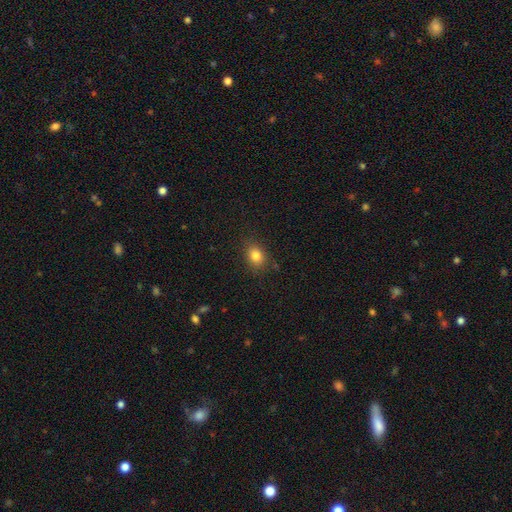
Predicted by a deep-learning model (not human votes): smooth 82%, star or artifact 11%, featured or disk 7%. Down the decision tree: how rounded — in between (54%); merging — none (84%).